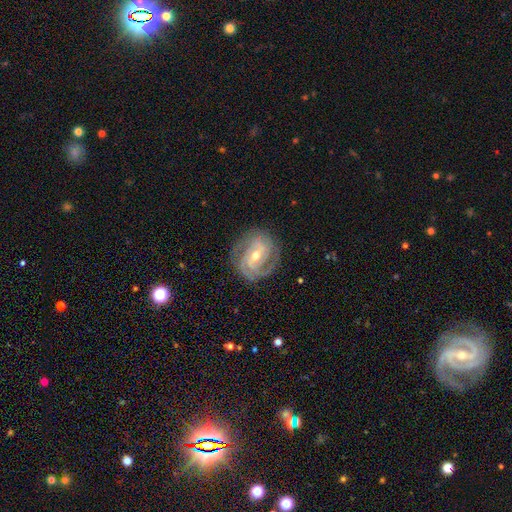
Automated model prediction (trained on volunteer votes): Smooth or featured?
  - featured or disk: 88% *
  - smooth: 7%
  - star or artifact: 5%
Edge-on disk?
  - no: 97% *
  - yes: 3%
Bar?
  - weak: 45% *
  - strong: 28%
  - no: 26%
Spiral arms?
  - yes: 96% *
  - no: 4%
Spiral winding?
  - tight: 65% *
  - medium: 29%
  - loose: 6%
Spiral arm count?
  - 2: 42% *
  - 3: 28%
  - can't tell: 16%
  - 4: 6%
  - 1: 4%
  - more than 4: 4%
Bulge size?
  - moderate: 53% *
  - small: 44%
  - large: 2%
  - none: 1%
  - dominant: 1%
Merging?
  - none: 79% *
  - minor disturbance: 15%
  - major disturbance: 5%
  - merger: 1%